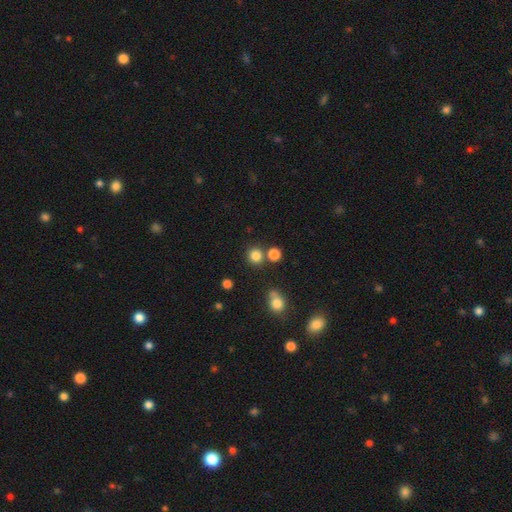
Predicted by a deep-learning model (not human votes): The model was most divided on "merging": none: 74%, merger: 15%, minor disturbance: 7%, major disturbance: 3%. More confident: how rounded — round (90%); smooth or featured — smooth (81%).